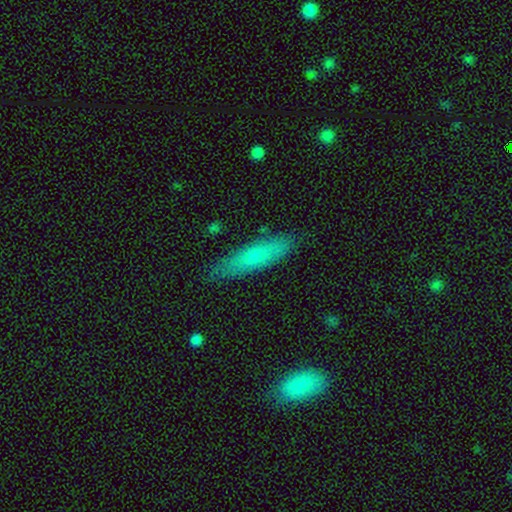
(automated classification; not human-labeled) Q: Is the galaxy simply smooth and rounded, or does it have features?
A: smooth — 71%.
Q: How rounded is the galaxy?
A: cigar-shaped — 74%.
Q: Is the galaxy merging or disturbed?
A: none — 84%.